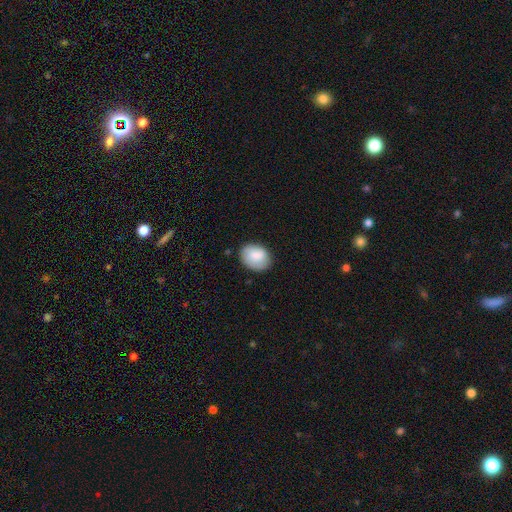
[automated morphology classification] type=smooth (84%); roundness=in between (59%); merging=none (76%).